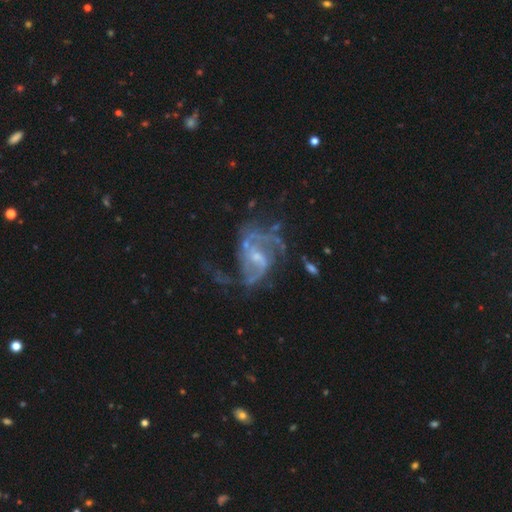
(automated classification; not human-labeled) The model was most divided on "spiral winding": medium: 45%, loose: 40%, tight: 16%. Remaining: edge-on disk — no (98%); spiral arms — yes (92%); smooth or featured — featured or disk (86%); spiral arm count — 2 (62%); bulge size — small (60%); bar — weak (50%); merging — none (44%).